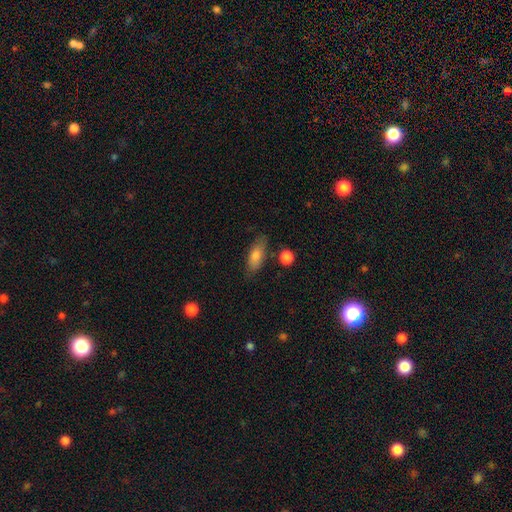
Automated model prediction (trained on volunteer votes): Smooth or featured? Predicted: smooth (p=0.76). How rounded? Predicted: in between (p=0.72). Merging? Predicted: none (p=0.75).